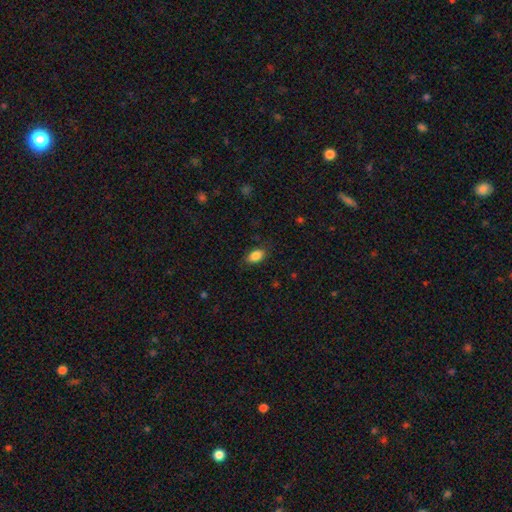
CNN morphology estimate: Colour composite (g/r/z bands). It shows a smooth galaxy with no disk features (86%) that is in between round and cigar-shaped (89%). Merging: none (84%).